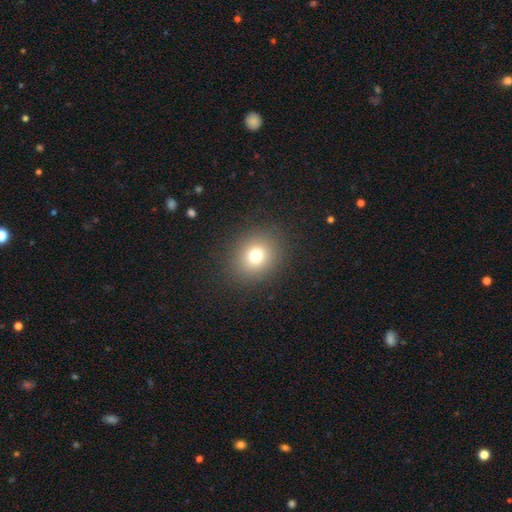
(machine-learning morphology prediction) smooth_or_featured: smooth (p=0.75) [alt: star or artifact p=0.16]
how_rounded: round (p=0.77) [alt: in between p=0.22]
merging: none (p=0.88) [alt: minor disturbance p=0.07]